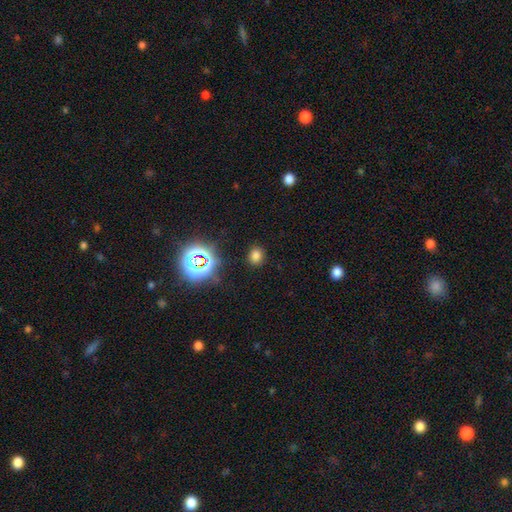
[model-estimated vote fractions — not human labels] This is likely a smooth galaxy (71%). How rounded: likely round (65%). Merging: clearly none (86%).